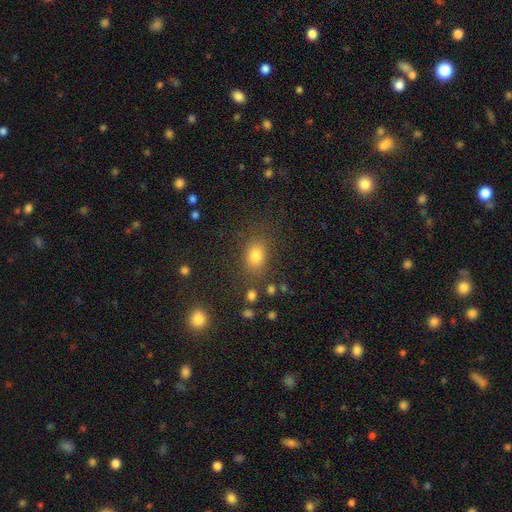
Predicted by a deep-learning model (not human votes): smooth 79%, star or artifact 14%, featured or disk 7%. Down the decision tree: how rounded — in between (59%); merging — none (77%).